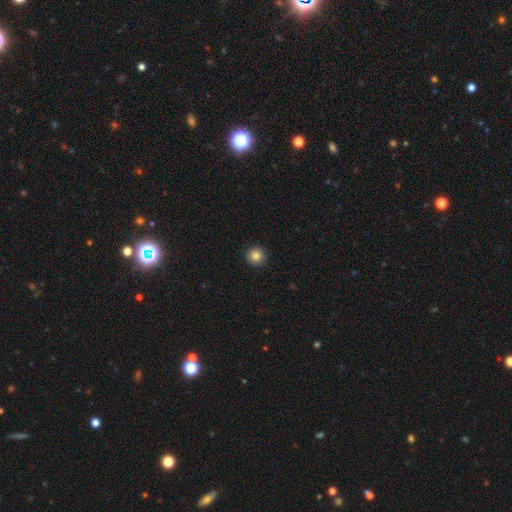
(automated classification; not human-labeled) Morphology: type=smooth (85%); roundness=round (93%); merging=none (93%).